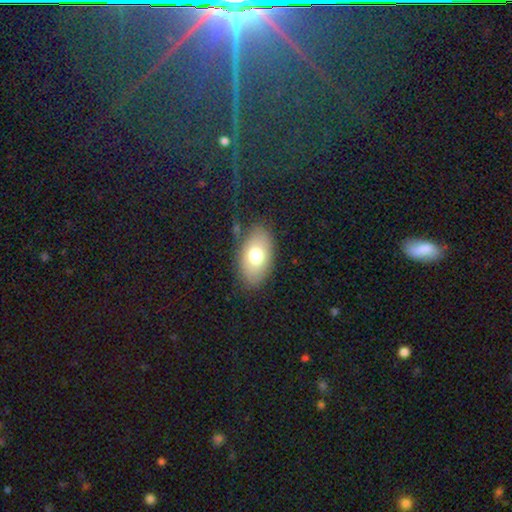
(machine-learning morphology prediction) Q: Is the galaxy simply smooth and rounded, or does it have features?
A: smooth — 72%.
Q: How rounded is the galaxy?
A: in between — 89%.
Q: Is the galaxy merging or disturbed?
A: none — 80%.